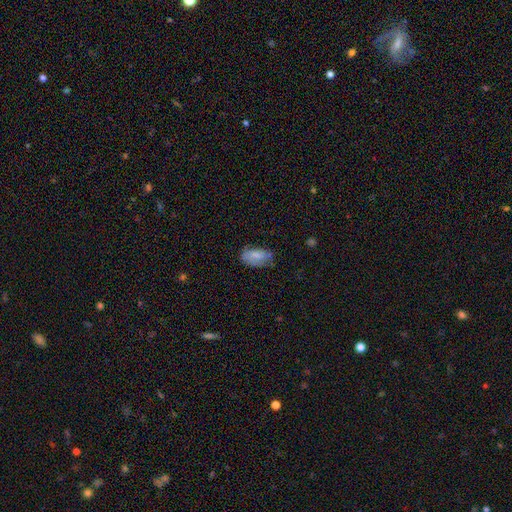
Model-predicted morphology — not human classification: Smooth or featured? smooth (74%)
How rounded? in between (92%)
Merging? none (57%)